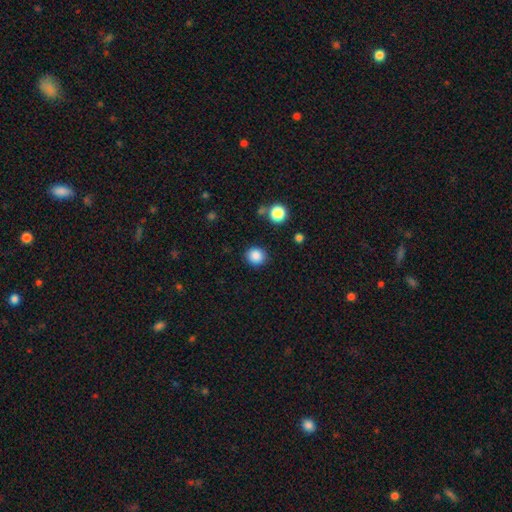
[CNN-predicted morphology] The model was most divided on "smooth or featured": smooth: 87%, star or artifact: 10%, featured or disk: 3%. More confident: how rounded — round (89%); merging — none (89%).